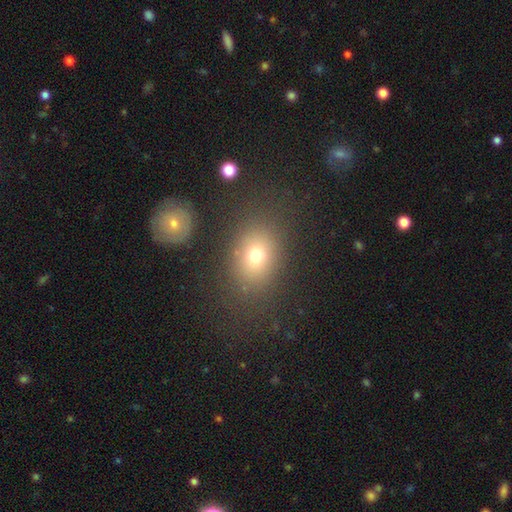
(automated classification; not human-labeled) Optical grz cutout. It shows a smooth galaxy with no disk features (73%) that is in between round and cigar-shaped (60%). Merging: none (78%).